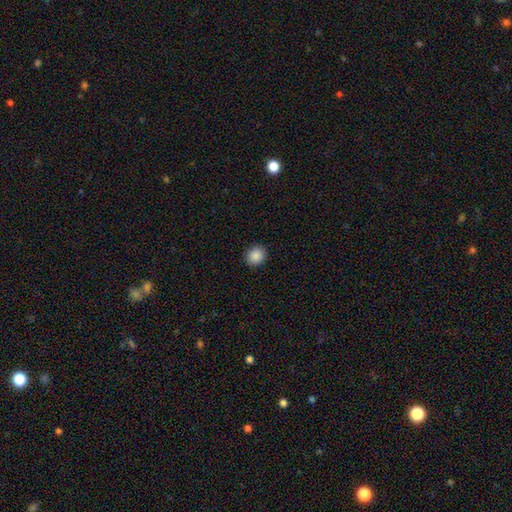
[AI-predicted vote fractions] The model was most divided on "how rounded": round: 78%, in between: 21%, cigar-shaped: 1%. More confident: merging — none (91%); smooth or featured — smooth (89%).